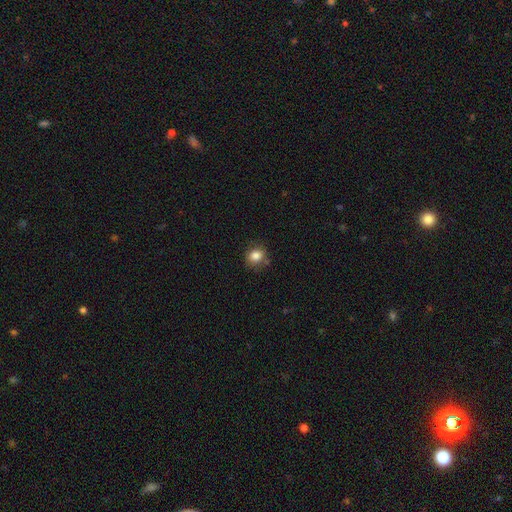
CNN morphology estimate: type=smooth (83%); roundness=round (73%); merging=none (77%).